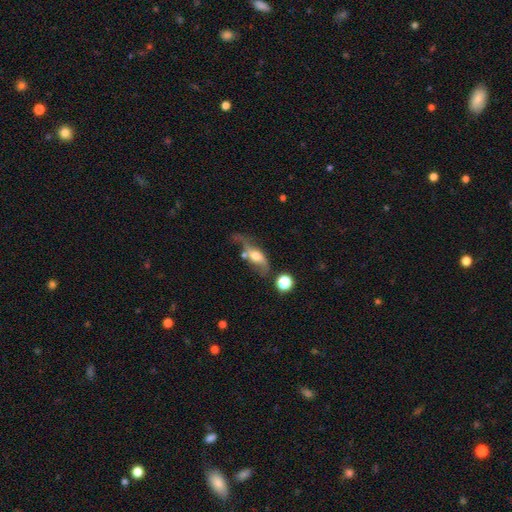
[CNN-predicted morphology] Smooth or featured?
  - featured or disk: 55% *
  - smooth: 35%
  - star or artifact: 10%
Edge-on disk?
  - no: 72% *
  - yes: 28%
Merging?
  - major disturbance: 31% *
  - none: 30%
  - minor disturbance: 22%
  - merger: 17%